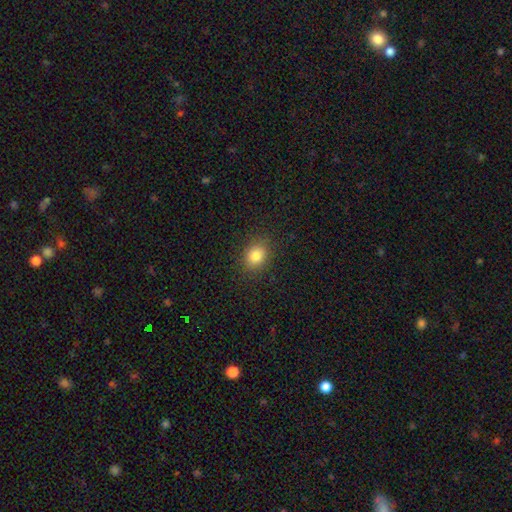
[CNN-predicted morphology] smooth-or-featured: smooth: 83% | star or artifact: 11% | featured or disk: 6%
  how-rounded: round: 51% | in between: 48% | cigar-shaped: 1%
  merging: none: 87% | minor disturbance: 9% | major disturbance: 3% | merger: 1%